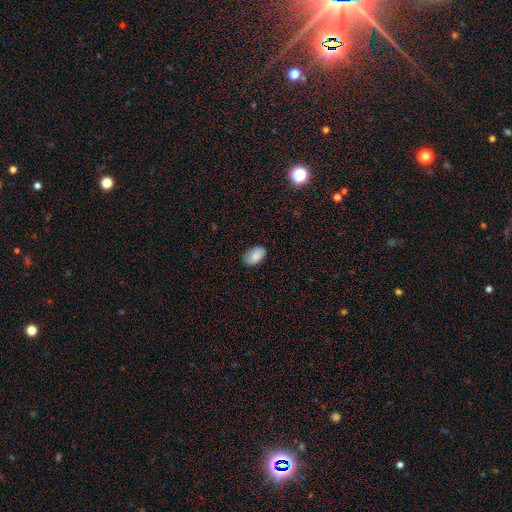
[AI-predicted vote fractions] A smooth galaxy with no disk features (86%) that is in between round and cigar-shaped (91%). Merging: none (82%).